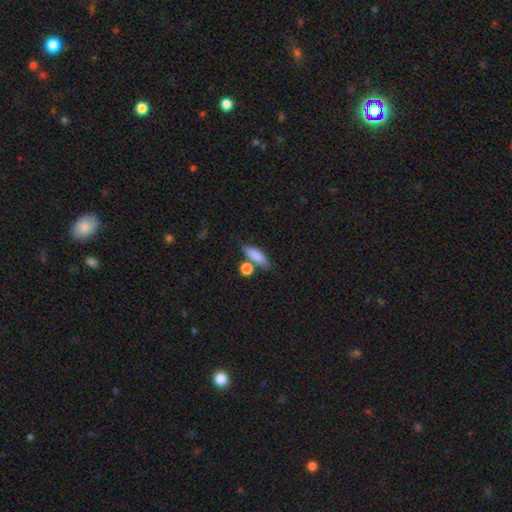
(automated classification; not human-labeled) The model was most divided on "how rounded": in between: 59%, cigar-shaped: 35%, round: 6%. More confident: smooth or featured — smooth (84%); merging — none (65%).